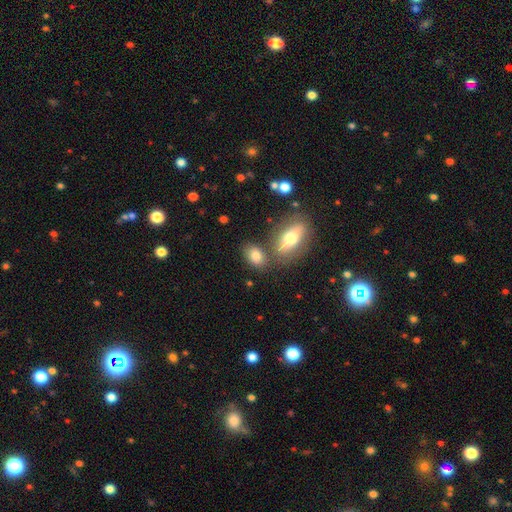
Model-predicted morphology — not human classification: smooth-or-featured: smooth: 78% | featured or disk: 13% | star or artifact: 9%
  how-rounded: in between: 83% | round: 13% | cigar-shaped: 4%
  merging: none: 66% | merger: 18% | minor disturbance: 12% | major disturbance: 4%